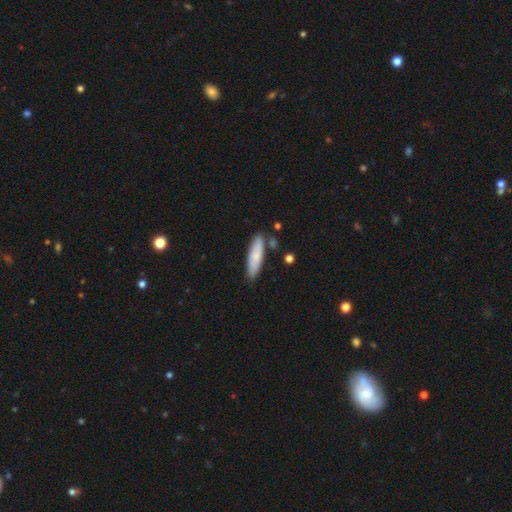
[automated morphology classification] Q: Smooth or featured?
A: smooth (74%); runner-up: featured or disk (20%)
Q: How rounded?
A: cigar-shaped (59%); runner-up: in between (39%)
Q: Merging?
A: none (79%); runner-up: minor disturbance (14%)